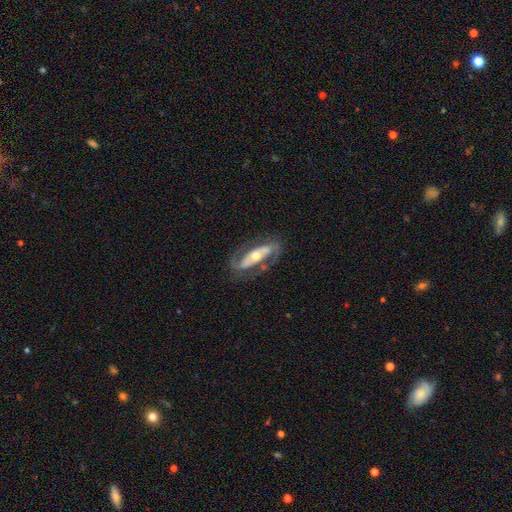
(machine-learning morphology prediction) This is clearly a featured or disk galaxy (81%). It is clearly not viewed edge-on (88%). Bar: marginally strong (43%). Spiral arm pattern: clearly yes (84%). Spiral arm count: clearly 2 (86%). Spiral winding: marginally medium (45%). Central bulge: likely moderate (61%). Merging: likely none (75%).